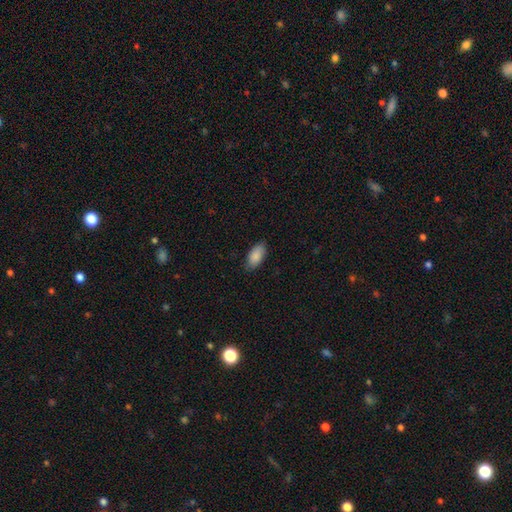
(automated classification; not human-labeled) This appears to be a smooth galaxy with no disk features (88%) that is in between round and cigar-shaped (93%). Merging: none (83%).